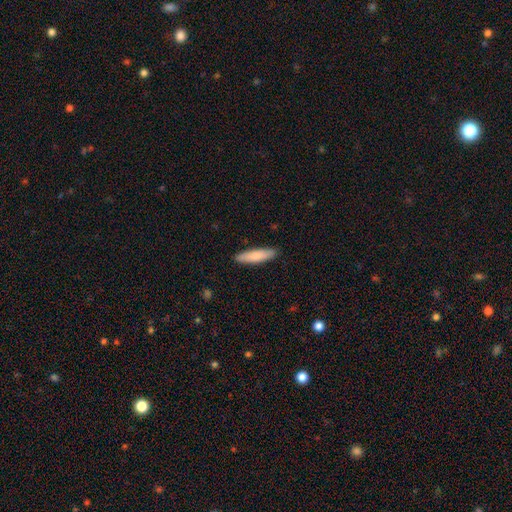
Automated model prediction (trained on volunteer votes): A smooth galaxy with no disk features (81%) that is cigar-shaped (79%).

Vote fractions:
- Smooth or featured? smooth: 81% / featured or disk: 14% / star or artifact: 5%
- How rounded? cigar-shaped: 79% / in between: 20% / round: 1%
- Merging? none: 90% / minor disturbance: 8% / major disturbance: 2% / merger: 1%